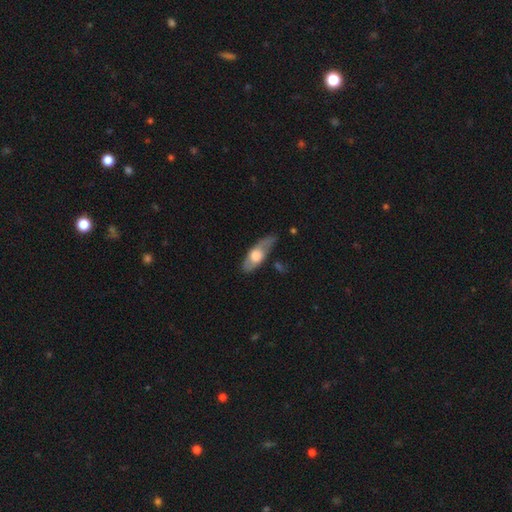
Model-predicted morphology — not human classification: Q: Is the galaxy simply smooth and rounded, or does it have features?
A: smooth — 49%.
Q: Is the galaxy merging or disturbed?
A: none — 65%.